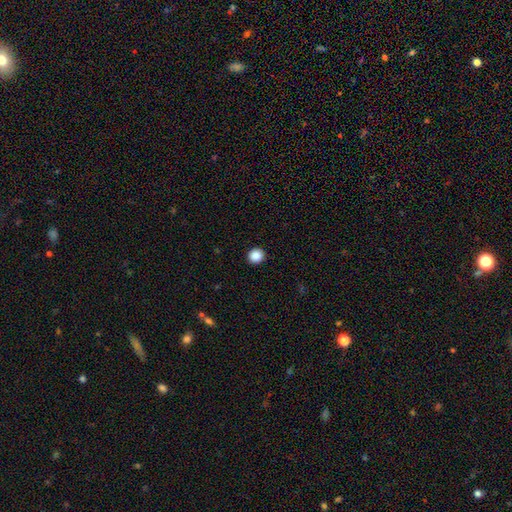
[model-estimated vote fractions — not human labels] smooth 88%, star or artifact 9%, featured or disk 3%. Down the decision tree: how rounded — round (92%); merging — none (94%).